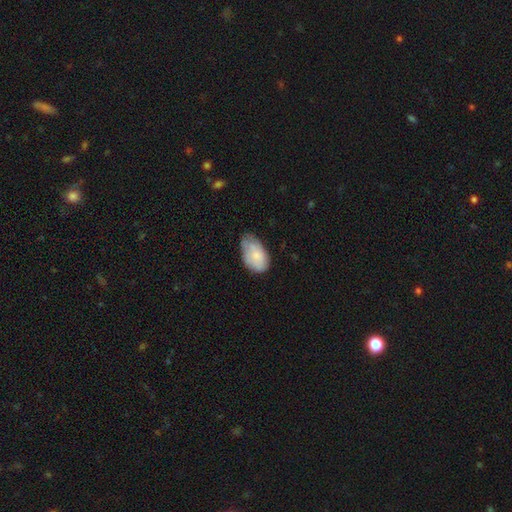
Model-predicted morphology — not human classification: smooth_or_featured: smooth (p=0.72) [alt: featured or disk p=0.21]
how_rounded: in between (p=0.93) [alt: round p=0.06]
merging: none (p=0.46) [alt: minor disturbance p=0.41]